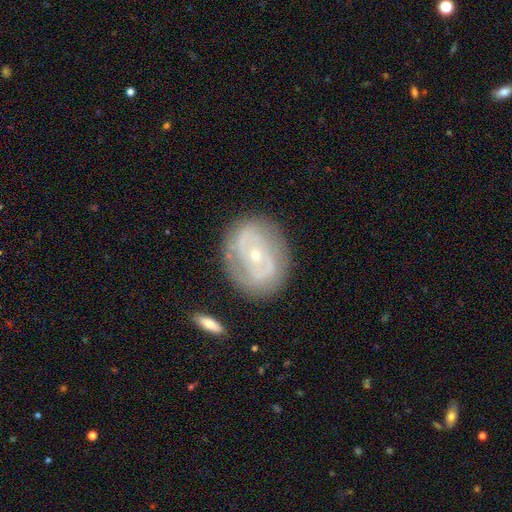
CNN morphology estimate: Smooth or featured? Predicted: featured or disk (p=0.77). Edge-on disk? Predicted: no (p=0.96). Bar? Predicted: no (p=0.64). Spiral arms? Predicted: yes (p=0.73). Spiral winding? Predicted: tight (p=0.54). Spiral arm count? Predicted: 2 (p=0.59). Bulge size? Predicted: small (p=0.71). Merging? Predicted: none (p=0.79).